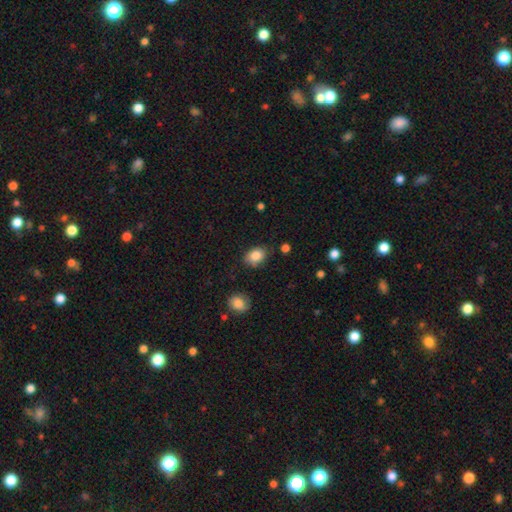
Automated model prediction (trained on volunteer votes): Morphology: type=smooth (85%); roundness=in between (70%); merging=none (76%).